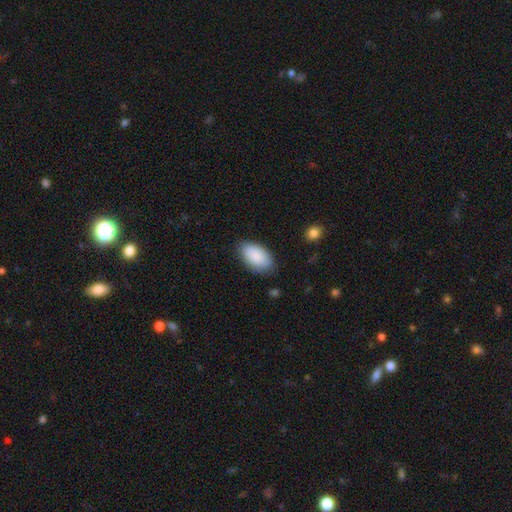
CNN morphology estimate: Q: Smooth or featured?
A: smooth (89%); runner-up: featured or disk (6%)
Q: How rounded?
A: in between (95%); runner-up: round (3%)
Q: Merging?
A: none (81%); runner-up: minor disturbance (15%)